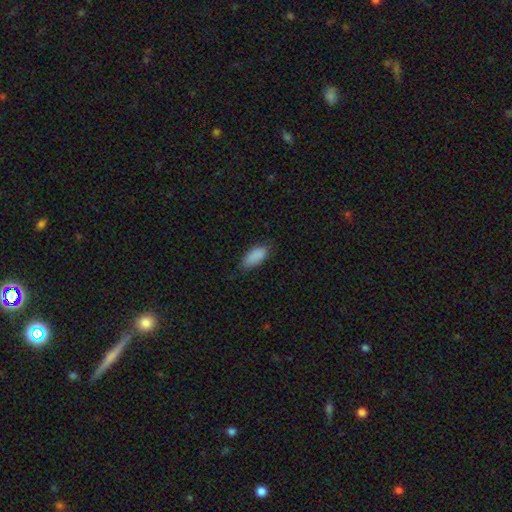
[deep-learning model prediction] Q: Smooth or featured?
A: smooth (89%); runner-up: star or artifact (7%)
Q: How rounded?
A: in between (87%); runner-up: cigar-shaped (11%)
Q: Merging?
A: none (74%); runner-up: minor disturbance (21%)